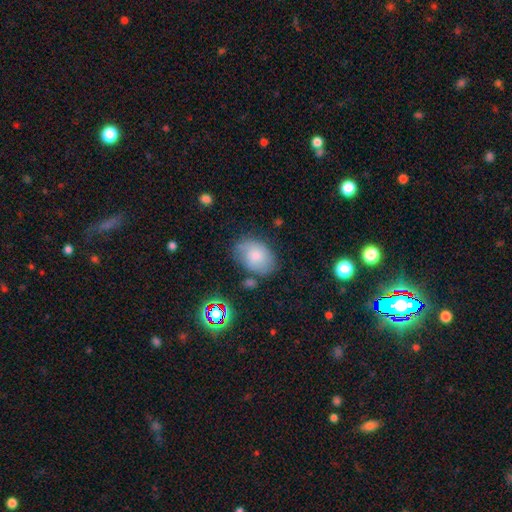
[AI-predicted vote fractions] A smooth galaxy with no disk features (71%) that is in between round and cigar-shaped (78%).

Vote fractions:
- Smooth or featured? smooth: 71% / featured or disk: 19% / star or artifact: 10%
- How rounded? in between: 78% / round: 21% / cigar-shaped: 1%
- Merging? none: 62% / minor disturbance: 25% / major disturbance: 7% / merger: 6%